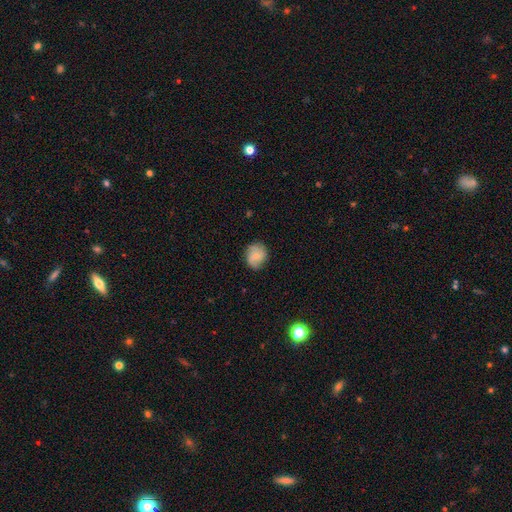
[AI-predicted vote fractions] A smooth galaxy with no disk features (58%) that is round (69%).

Vote fractions:
- Smooth or featured? smooth: 58% / featured or disk: 34% / star or artifact: 8%
- How rounded? round: 69% / in between: 30% / cigar-shaped: 1%
- Merging? none: 75% / minor disturbance: 19% / major disturbance: 5% / merger: 1%